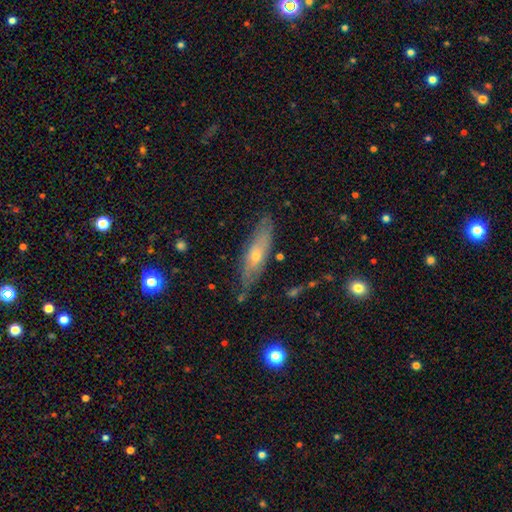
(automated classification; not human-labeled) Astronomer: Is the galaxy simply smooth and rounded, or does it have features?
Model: featured or disk — 56% (runner-up: smooth, 36%).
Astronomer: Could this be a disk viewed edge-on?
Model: yes — 60% (runner-up: no, 40%).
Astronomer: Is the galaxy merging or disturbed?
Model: none — 79%.